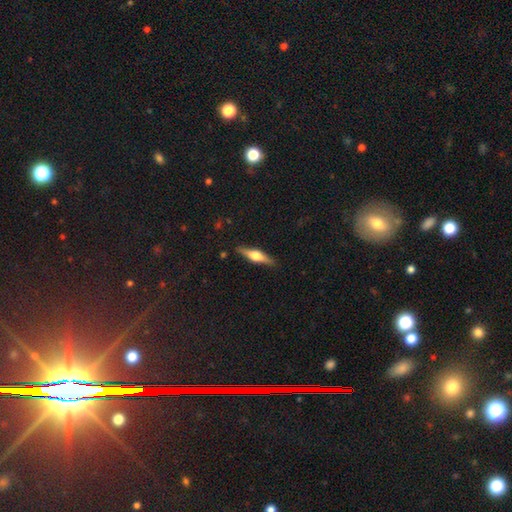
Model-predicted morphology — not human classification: type=featured or disk (66%); edge-on=yes (97%); edge-on bulge=rounded (92%); merging=none (89%).